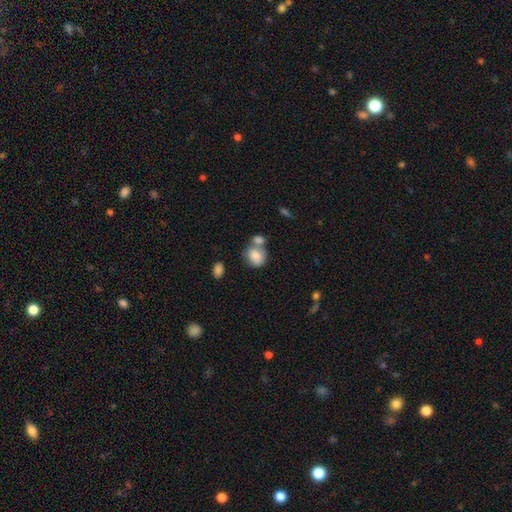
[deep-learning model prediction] Smooth or featured? smooth (82%)
How rounded? in between (50%)
Merging? merger (42%)